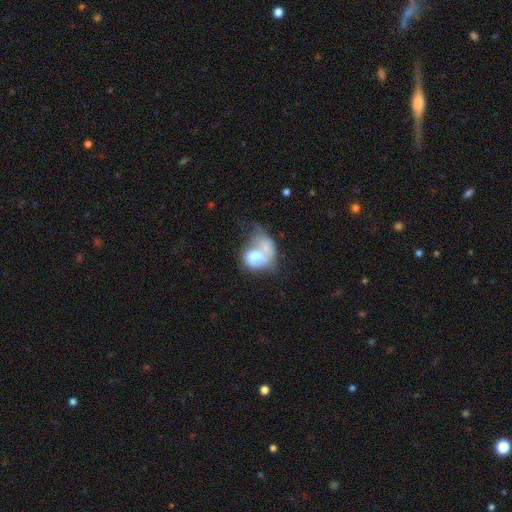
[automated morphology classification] Smooth or featured? smooth (47%)
Merging? major disturbance (38%)